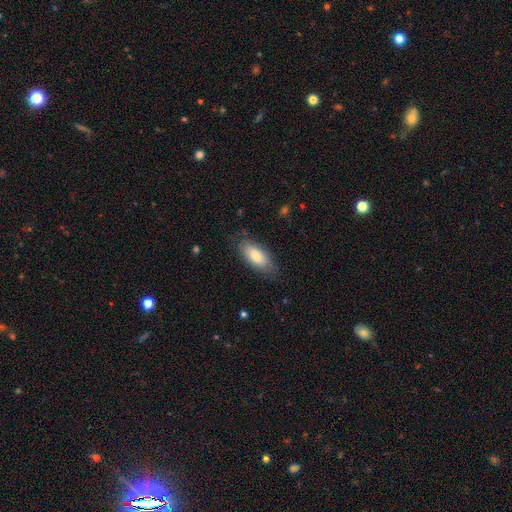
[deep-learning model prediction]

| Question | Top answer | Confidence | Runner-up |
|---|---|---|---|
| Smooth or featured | smooth | 76% | featured or disk (18%) |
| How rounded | in between | 86% | cigar-shaped (12%) |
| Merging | none | 77% | minor disturbance (18%) |